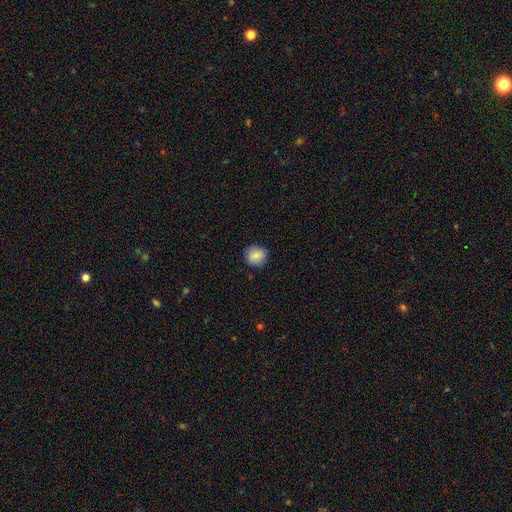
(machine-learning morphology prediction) Smooth or featured? smooth (82%)
How rounded? round (88%)
Merging? none (87%)